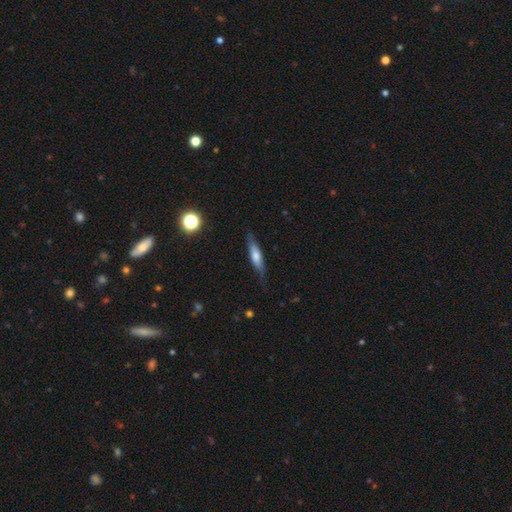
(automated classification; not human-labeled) The model was most divided on "smooth or featured": smooth: 54%, featured or disk: 39%, star or artifact: 7%. More confident: merging — none (80%); how rounded — cigar-shaped (77%).